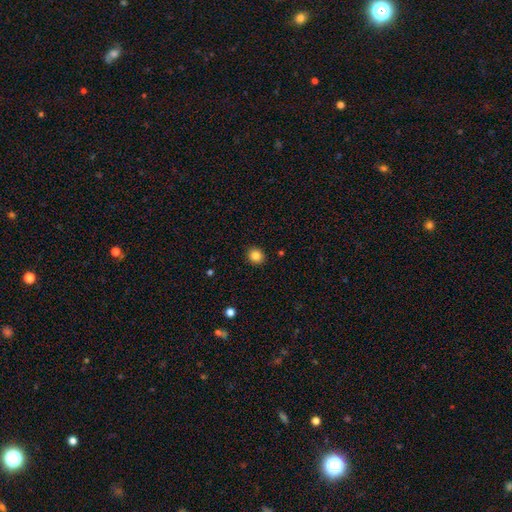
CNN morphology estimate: This is clearly a smooth galaxy (85%). How rounded: likely round (77%). Merging: clearly none (91%).